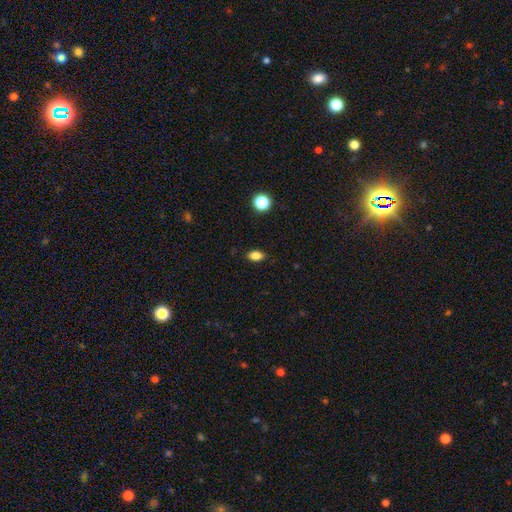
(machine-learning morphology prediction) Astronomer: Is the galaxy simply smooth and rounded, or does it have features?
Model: smooth — 84%.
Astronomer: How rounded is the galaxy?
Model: in between — 85%.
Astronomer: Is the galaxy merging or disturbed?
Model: none — 86%.